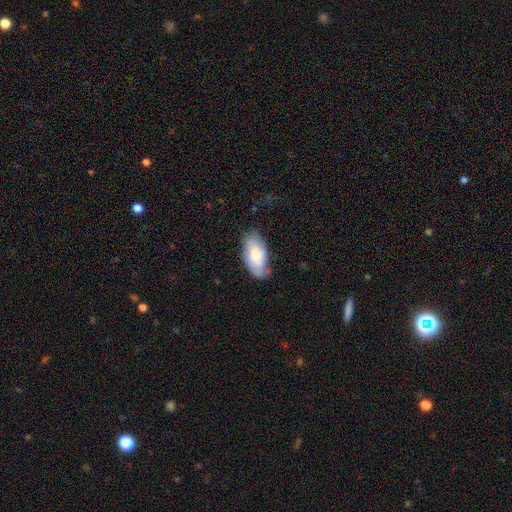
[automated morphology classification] Smooth or featured?
  - smooth: 69% *
  - featured or disk: 25%
  - star or artifact: 6%
How rounded?
  - in between: 93% *
  - cigar-shaped: 5%
  - round: 2%
Merging?
  - none: 65% *
  - minor disturbance: 27%
  - major disturbance: 6%
  - merger: 2%